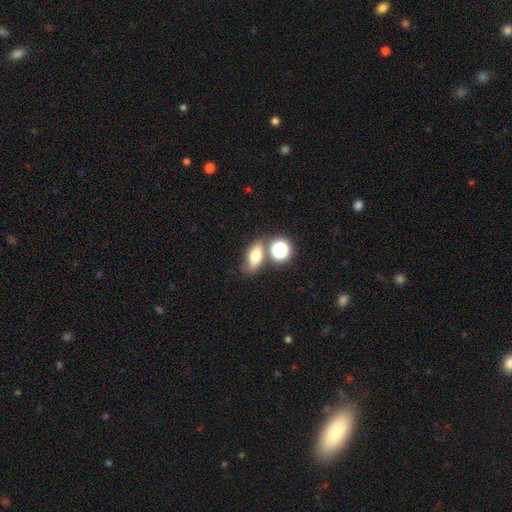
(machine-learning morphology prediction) This appears to be a smooth galaxy with no disk features (69%) that is in between round and cigar-shaped (71%). Merging: none (62%).